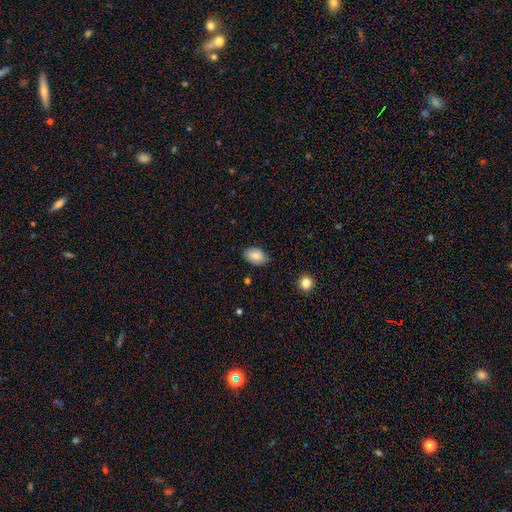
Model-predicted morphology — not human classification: Q: Smooth or featured?
A: smooth (81%); runner-up: featured or disk (11%)
Q: How rounded?
A: in between (87%); runner-up: round (12%)
Q: Merging?
A: none (78%); runner-up: minor disturbance (18%)